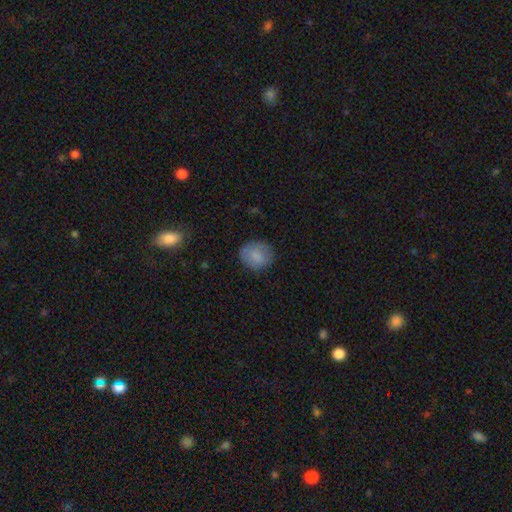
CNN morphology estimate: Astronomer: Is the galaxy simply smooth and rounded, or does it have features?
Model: smooth — 83%.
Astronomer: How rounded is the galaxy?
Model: round — 71%.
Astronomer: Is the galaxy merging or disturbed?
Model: none — 78%.